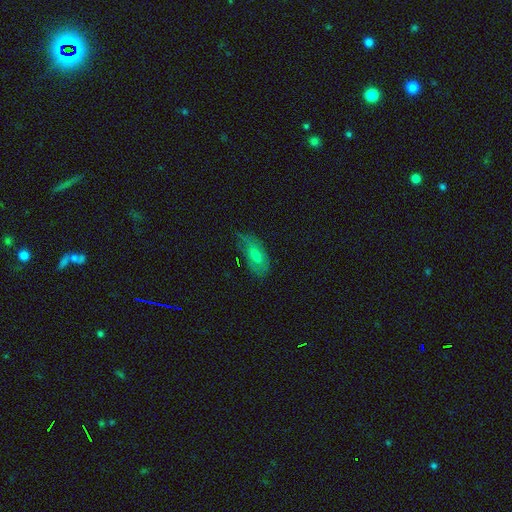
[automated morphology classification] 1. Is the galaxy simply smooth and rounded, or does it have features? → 53% smooth, 36% featured or disk, 10% star or artifact.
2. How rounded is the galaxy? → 84% in between, 11% cigar-shaped, 4% round.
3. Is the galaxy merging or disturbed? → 57% none, 30% minor disturbance, 11% major disturbance, 2% merger.